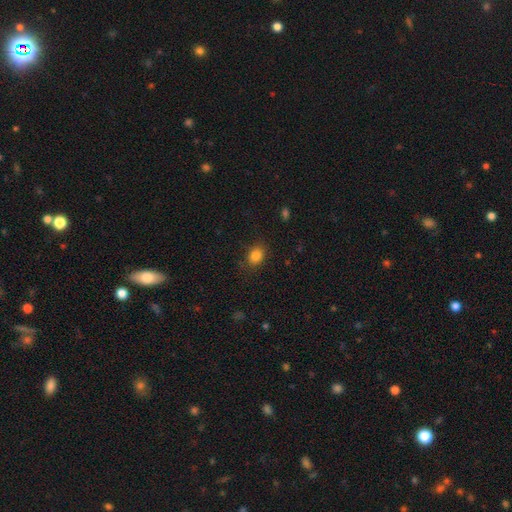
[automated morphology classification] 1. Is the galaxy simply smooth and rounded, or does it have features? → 83% smooth, 11% star or artifact, 6% featured or disk.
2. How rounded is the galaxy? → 55% in between, 44% round, 1% cigar-shaped.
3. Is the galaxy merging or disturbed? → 82% none, 13% minor disturbance, 3% major disturbance, 1% merger.